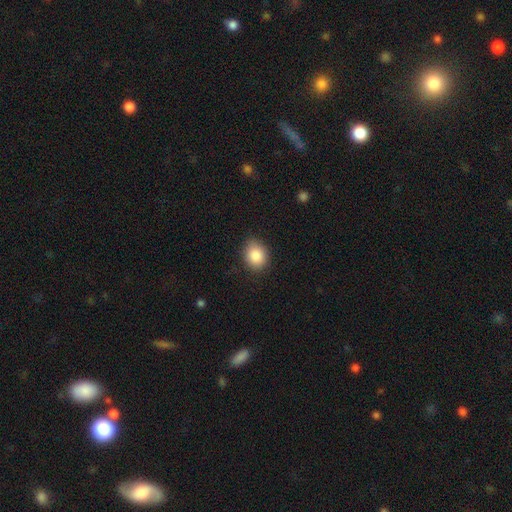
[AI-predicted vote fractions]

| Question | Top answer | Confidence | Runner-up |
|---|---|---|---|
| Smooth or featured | smooth | 86% | star or artifact (9%) |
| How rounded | round | 57% | in between (42%) |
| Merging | none | 82% | minor disturbance (14%) |